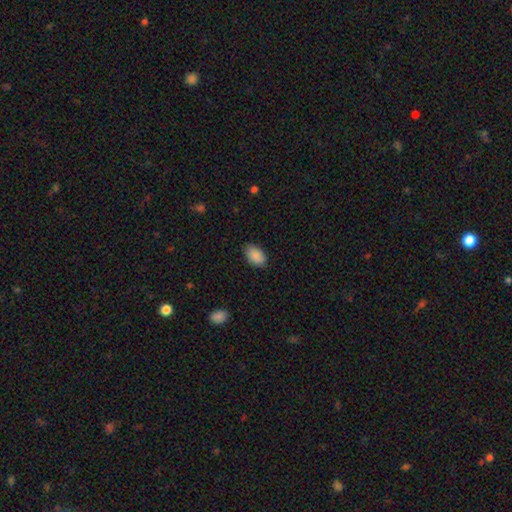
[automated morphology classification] The model was most divided on "merging": none: 85%, minor disturbance: 11%, major disturbance: 3%, merger: 1%. More confident: how rounded — in between (91%); smooth or featured — smooth (90%).